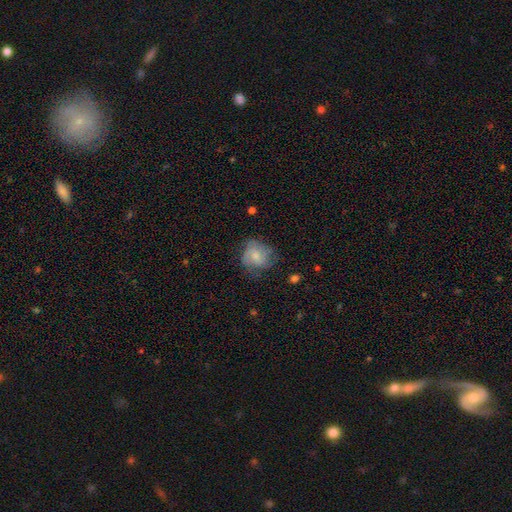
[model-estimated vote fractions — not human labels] smooth_or_featured: smooth (p=0.51) [alt: featured or disk p=0.41]
how_rounded: round (p=0.68) [alt: in between p=0.31]
merging: none (p=0.54) [alt: minor disturbance p=0.29]